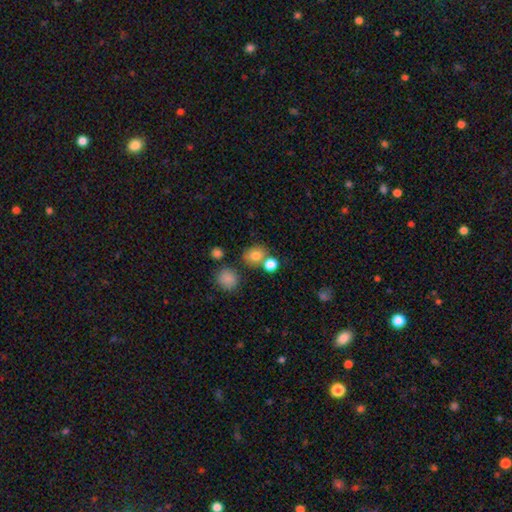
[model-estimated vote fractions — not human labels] This is likely a smooth galaxy (79%). How rounded: likely round (69%). Merging: likely none (64%).